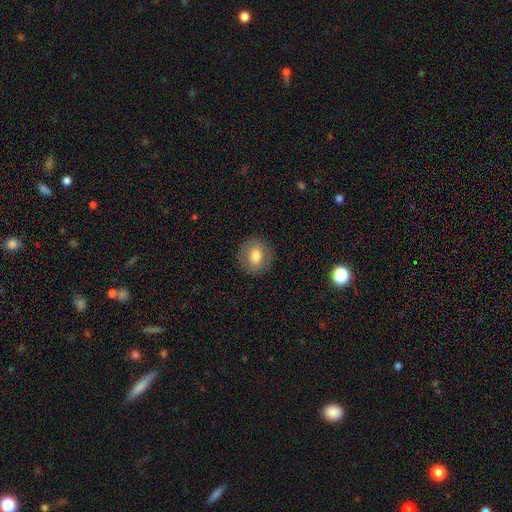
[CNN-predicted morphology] smooth_or_featured: smooth (p=0.73) [alt: featured or disk p=0.18]
how_rounded: round (p=0.75) [alt: in between p=0.24]
merging: none (p=0.88) [alt: minor disturbance p=0.08]